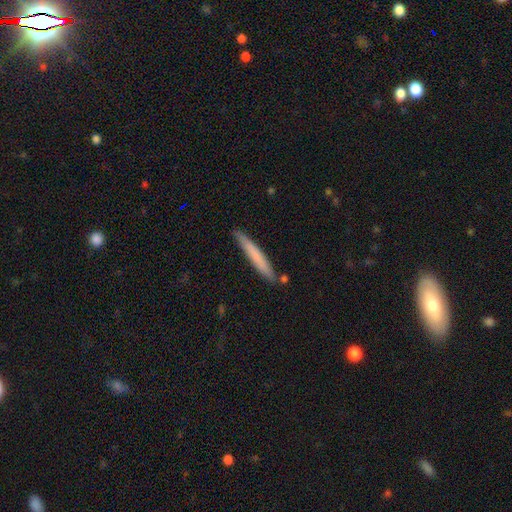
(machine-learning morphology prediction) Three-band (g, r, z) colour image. It shows a smooth galaxy with no disk features (68%) that is cigar-shaped (96%). Merging: none (84%).